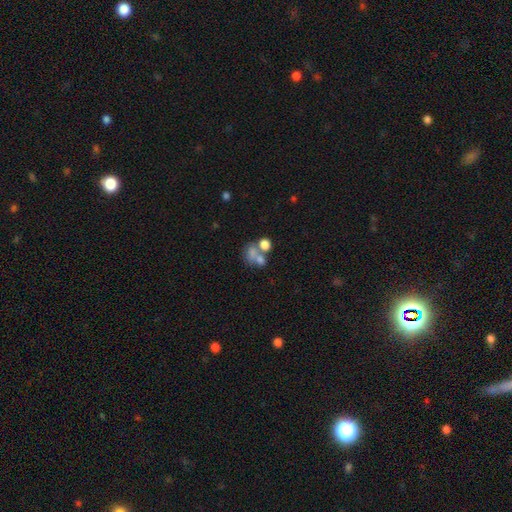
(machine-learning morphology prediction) type=smooth (63%); roundness=in between (54%); merging=merger (57%).